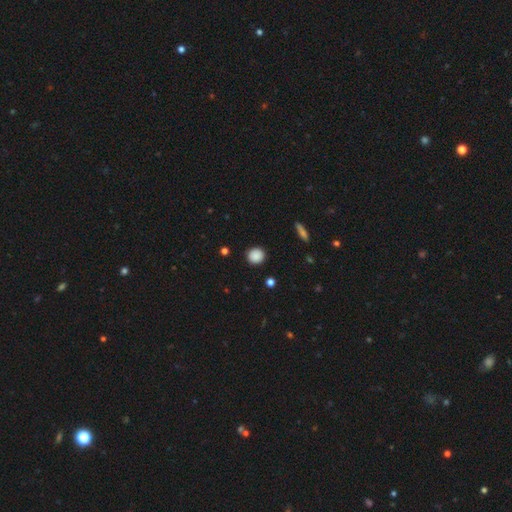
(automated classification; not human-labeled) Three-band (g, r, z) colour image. It shows a smooth galaxy with no disk features (87%) that is round (91%). Merging: none (91%).